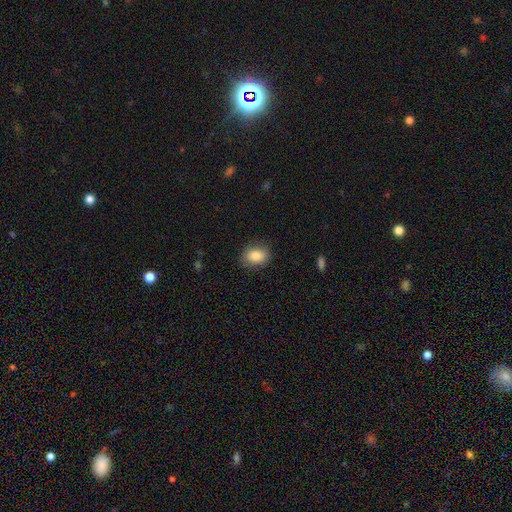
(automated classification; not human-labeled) Q: Smooth or featured?
A: smooth (83%); runner-up: featured or disk (9%)
Q: How rounded?
A: in between (69%); runner-up: round (30%)
Q: Merging?
A: none (84%); runner-up: minor disturbance (12%)